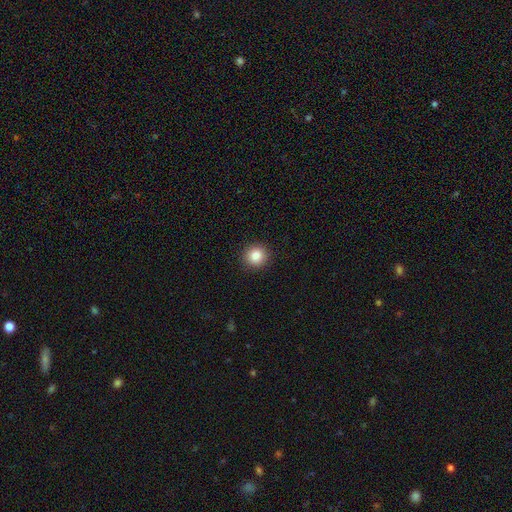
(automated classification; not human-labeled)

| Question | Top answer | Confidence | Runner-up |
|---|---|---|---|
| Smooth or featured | smooth | 85% | star or artifact (10%) |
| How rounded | round | 92% | in between (7%) |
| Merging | none | 92% | minor disturbance (5%) |